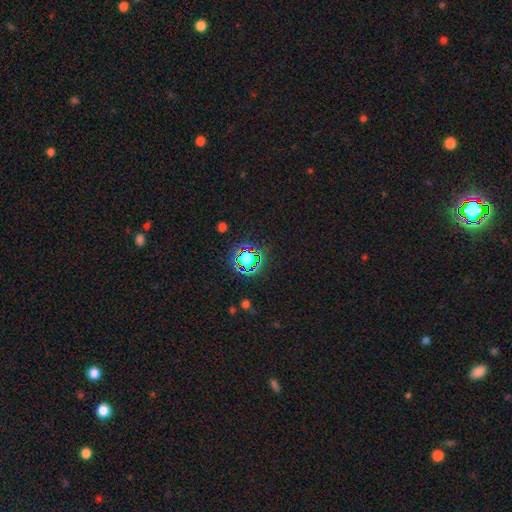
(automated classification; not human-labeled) Smooth or featured? Predicted: star or artifact (p=0.79).